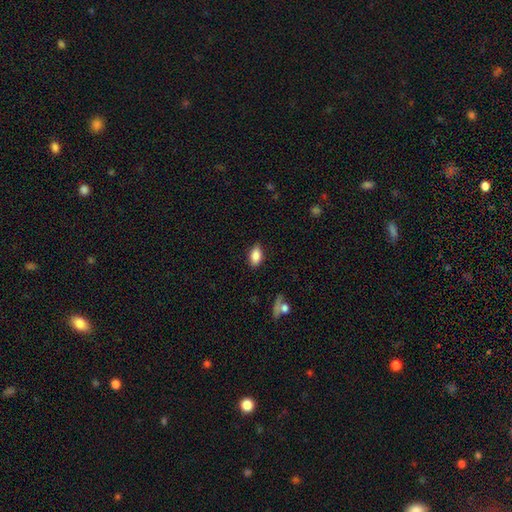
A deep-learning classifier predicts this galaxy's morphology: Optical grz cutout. It shows a smooth galaxy with no disk features (85%) that is in between round and cigar-shaped (90%). Merging: none (85%).